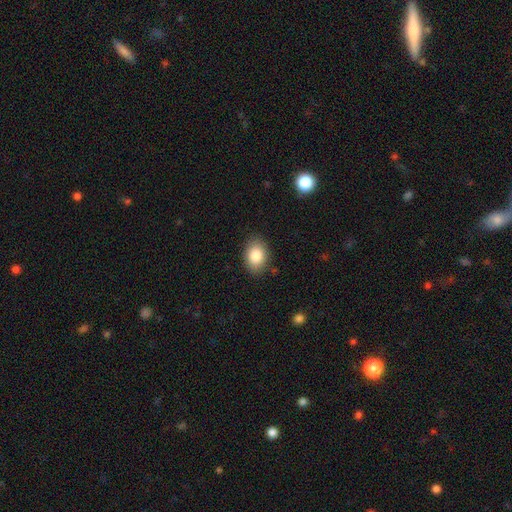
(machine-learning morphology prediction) Smooth or featured? smooth (85%)
How rounded? in between (75%)
Merging? none (85%)